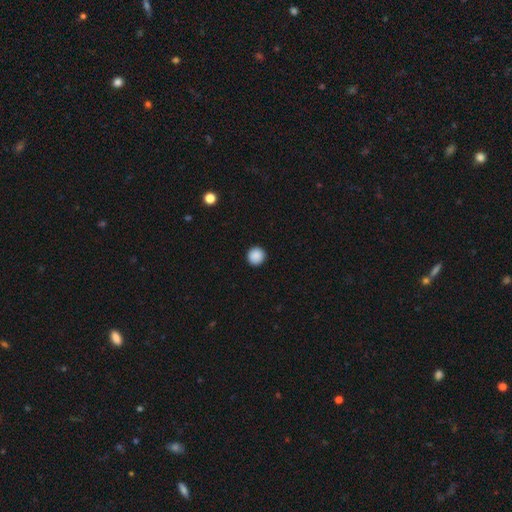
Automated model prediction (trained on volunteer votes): Smooth or featured: smooth — 89% (star or artifact — 9%)
How rounded: round — 95% (in between — 4%)
Merging: none — 93% (minor disturbance — 4%)